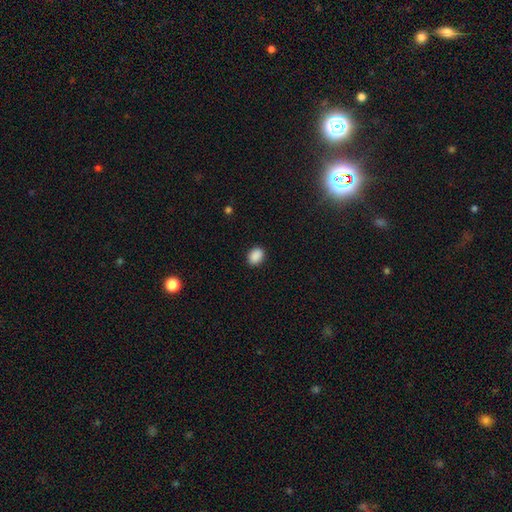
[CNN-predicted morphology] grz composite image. It shows a smooth galaxy with no disk features (89%) that is in between round and cigar-shaped (68%). Merging: none (89%).